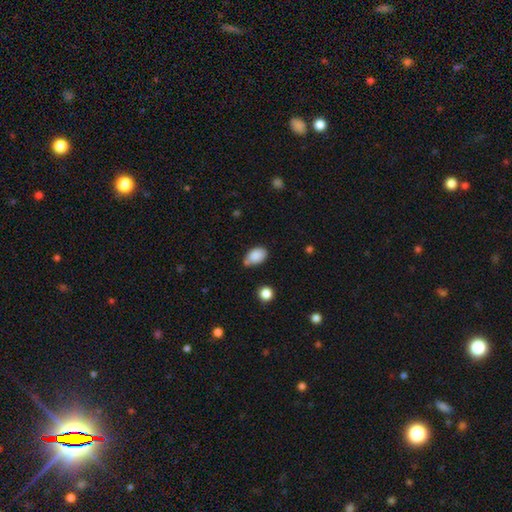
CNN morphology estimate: This is clearly a smooth galaxy (87%). How rounded: clearly in between (87%). Merging: possibly none (59%).